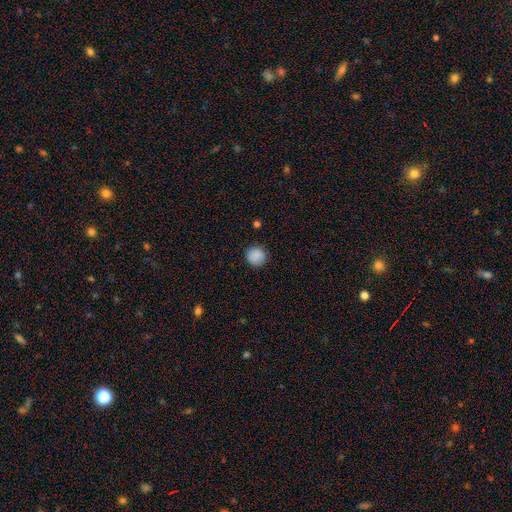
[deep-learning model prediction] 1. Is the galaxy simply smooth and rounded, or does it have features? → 88% smooth, 8% star or artifact, 3% featured or disk.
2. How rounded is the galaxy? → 92% round, 7% in between, 1% cigar-shaped.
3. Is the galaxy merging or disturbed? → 86% none, 10% minor disturbance, 2% major disturbance, 1% merger.